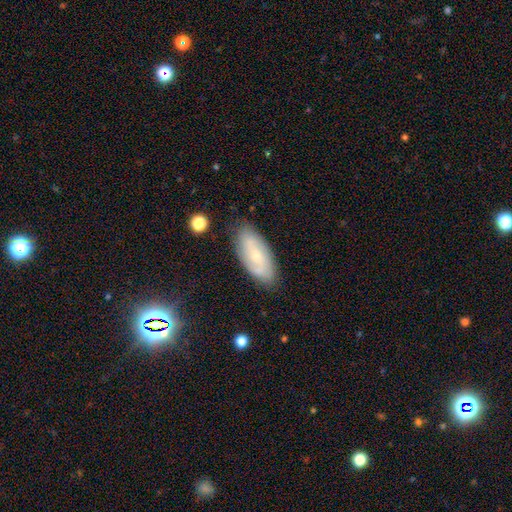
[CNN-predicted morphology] type=featured or disk (51%); edge-on=no (86%); merging=none (82%).